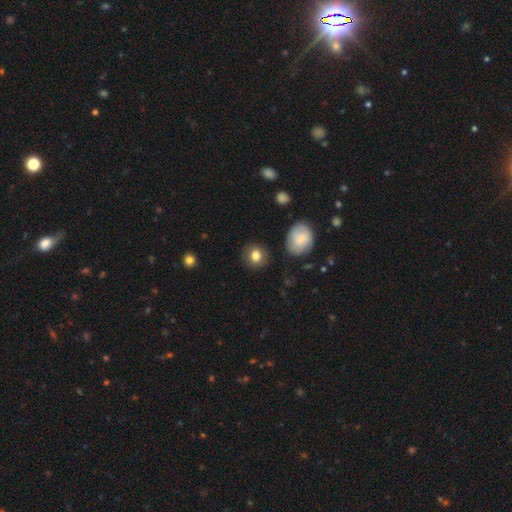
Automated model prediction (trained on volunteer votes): The model was most divided on "how rounded": round: 82%, in between: 17%, cigar-shaped: 1%. More confident: merging — none (86%); smooth or featured — smooth (81%).